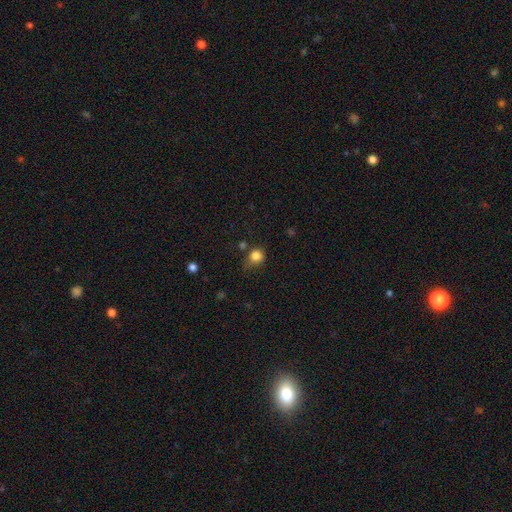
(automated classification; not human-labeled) The model was most divided on "merging": none: 51%, minor disturbance: 31%, major disturbance: 11%, merger: 7%. More confident: smooth or featured — smooth (82%); how rounded — round (76%).